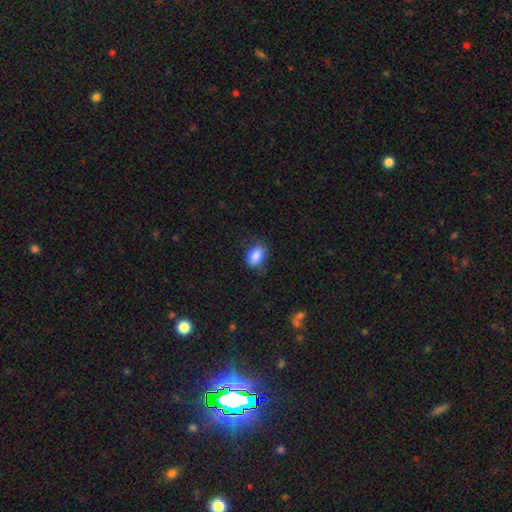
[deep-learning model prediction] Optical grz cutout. It shows a smooth galaxy with no disk features (86%) that is in between round and cigar-shaped (84%). Merging: none (75%).